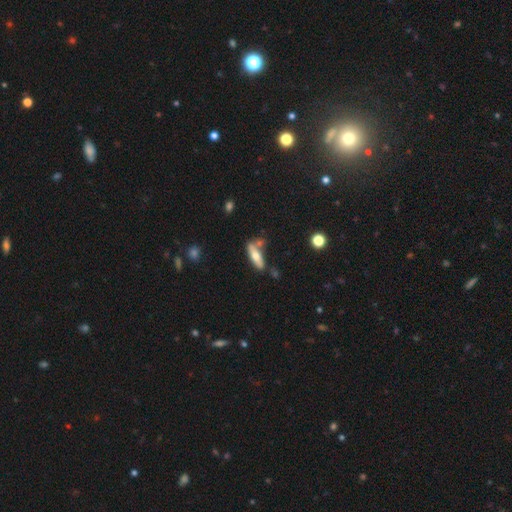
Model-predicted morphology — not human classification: Smooth or featured? smooth (59%)
How rounded? cigar-shaped (60%)
Merging? none (61%)